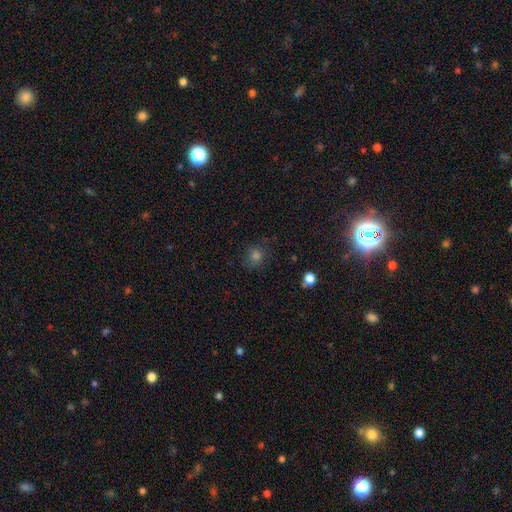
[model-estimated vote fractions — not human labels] smooth-or-featured: smooth: 72% | star or artifact: 21% | featured or disk: 6%
  how-rounded: round: 84% | in between: 15% | cigar-shaped: 1%
  merging: none: 81% | minor disturbance: 13% | major disturbance: 4% | merger: 2%